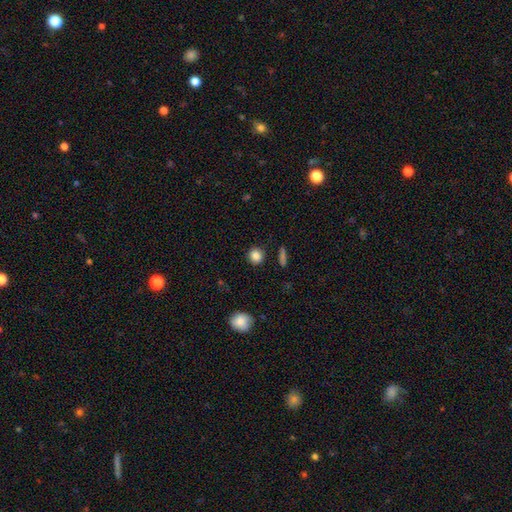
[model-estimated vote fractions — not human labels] smooth 86%, star or artifact 10%, featured or disk 5%. Down the decision tree: how rounded — round (89%); merging — none (89%).